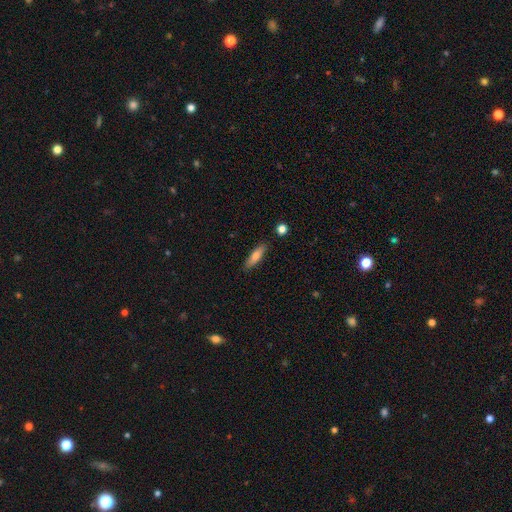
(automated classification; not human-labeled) smooth-or-featured: smooth: 75% | featured or disk: 18% | star or artifact: 7%
  how-rounded: cigar-shaped: 60% | in between: 38% | round: 2%
  merging: none: 86% | minor disturbance: 10% | merger: 2% | major disturbance: 2%